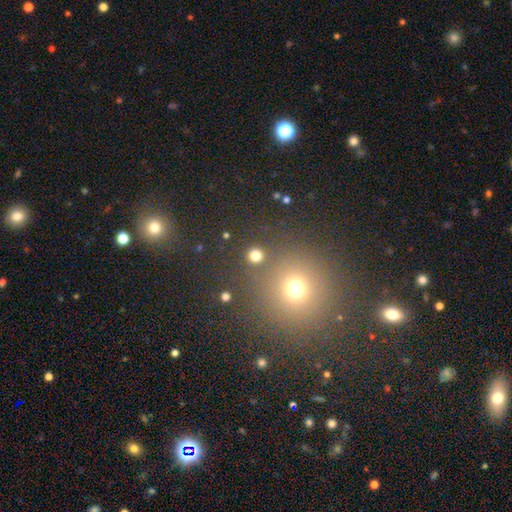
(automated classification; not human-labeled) Smooth or featured? smooth (78%)
How rounded? round (92%)
Merging? none (87%)